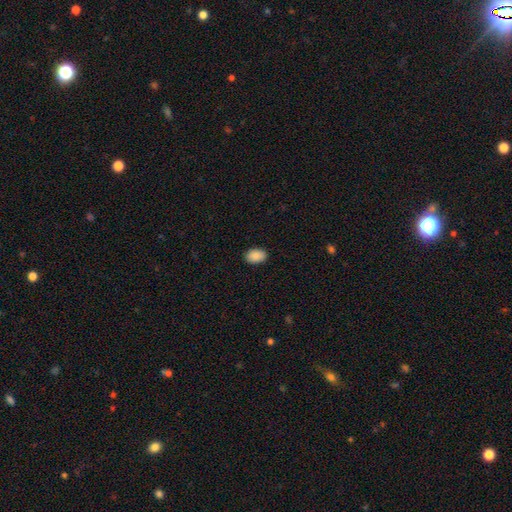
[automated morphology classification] Smooth or featured? Predicted: smooth (p=0.90). How rounded? Predicted: in between (p=0.85). Merging? Predicted: none (p=0.89).